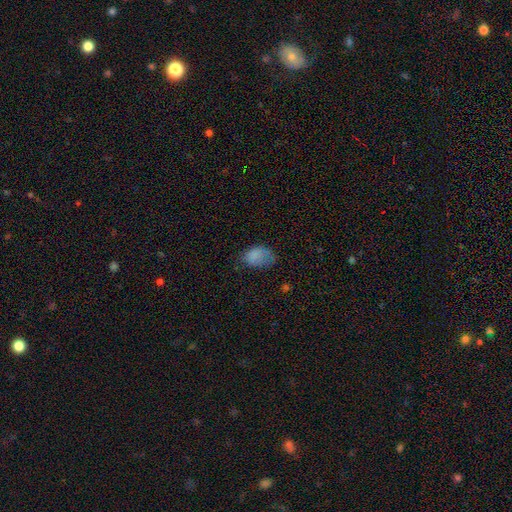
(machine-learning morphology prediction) Q: Smooth or featured?
A: smooth (80%); runner-up: featured or disk (11%)
Q: How rounded?
A: in between (88%); runner-up: round (11%)
Q: Merging?
A: none (44%); runner-up: minor disturbance (35%)